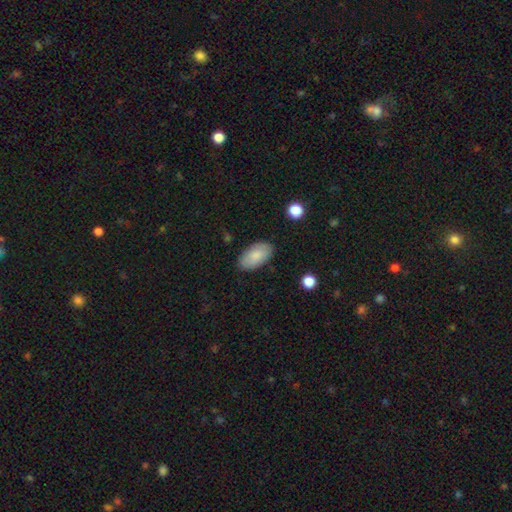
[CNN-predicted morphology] type=smooth (84%); roundness=in between (95%); merging=none (84%).